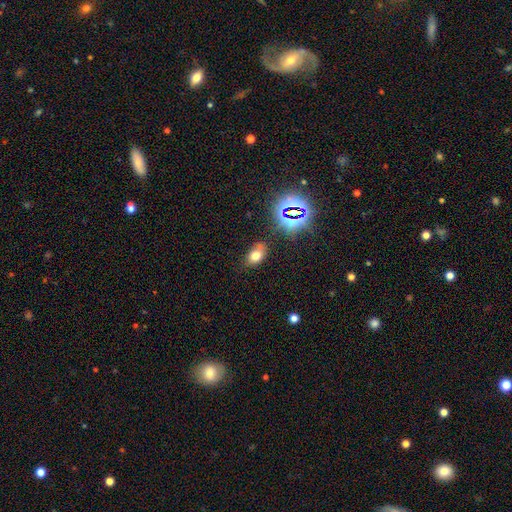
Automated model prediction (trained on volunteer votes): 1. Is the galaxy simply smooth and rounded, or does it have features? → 69% smooth, 20% star or artifact, 12% featured or disk.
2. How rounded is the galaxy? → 83% in between, 15% round, 2% cigar-shaped.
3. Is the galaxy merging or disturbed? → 70% none, 19% minor disturbance, 6% major disturbance, 5% merger.